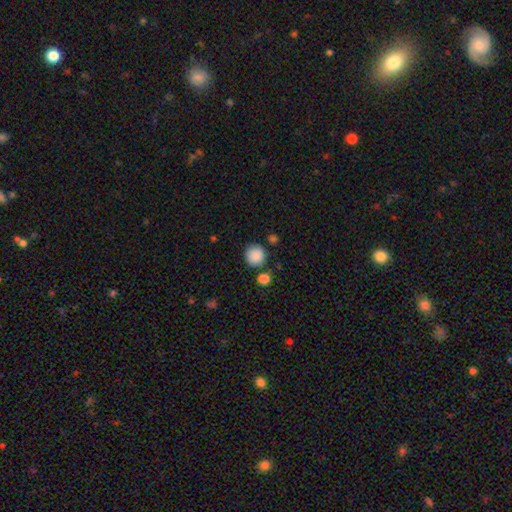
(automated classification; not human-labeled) This is clearly a smooth galaxy (88%). How rounded: clearly round (92%). Merging: likely none (79%).